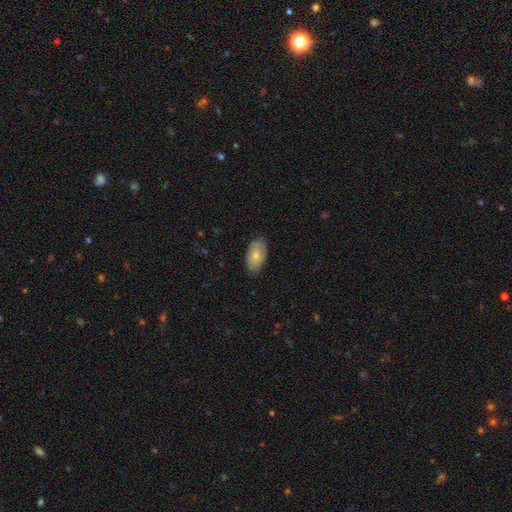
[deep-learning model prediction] Smooth or featured? smooth (73%)
How rounded? in between (94%)
Merging? none (80%)